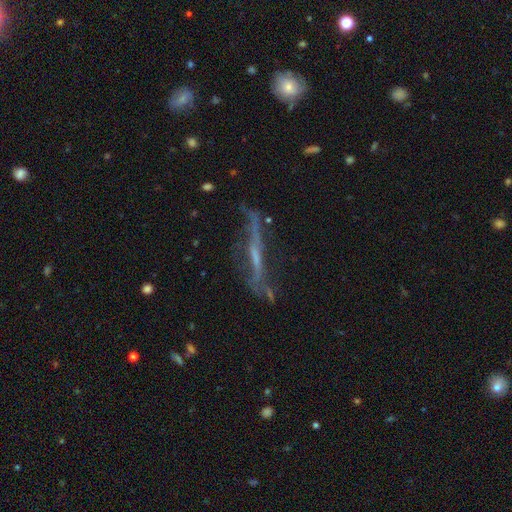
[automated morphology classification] A featured or disk galaxy (71%) viewed edge-on (73%) with no central bulge (56%).

Vote fractions:
- Smooth or featured? featured or disk: 71% / smooth: 18% / star or artifact: 11%
- Edge-on disk? yes: 73% / no: 27%
- Edge-on bulge? none: 56% / rounded: 29% / boxy: 14%
- Merging? none: 51% / minor disturbance: 24% / major disturbance: 20% / merger: 5%